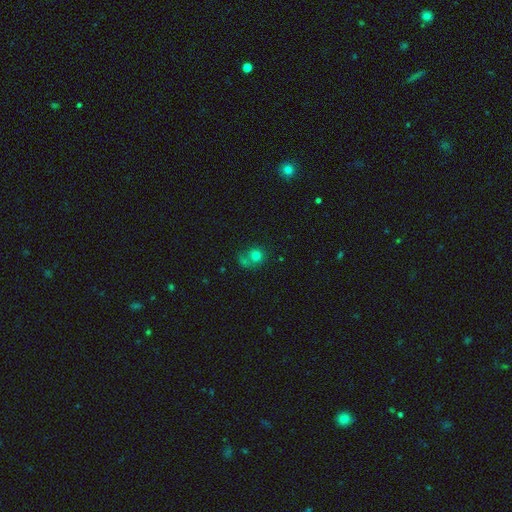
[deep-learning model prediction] This is likely a smooth galaxy (74%). How rounded: clearly round (83%). Merging: possibly none (45%).